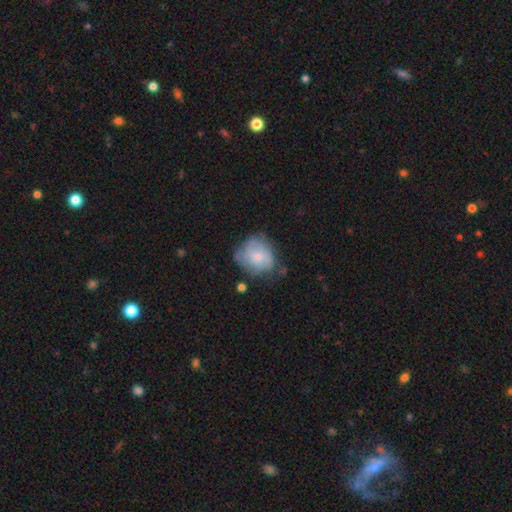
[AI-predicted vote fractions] Smooth or featured? smooth (65%)
How rounded? round (67%)
Merging? none (47%)